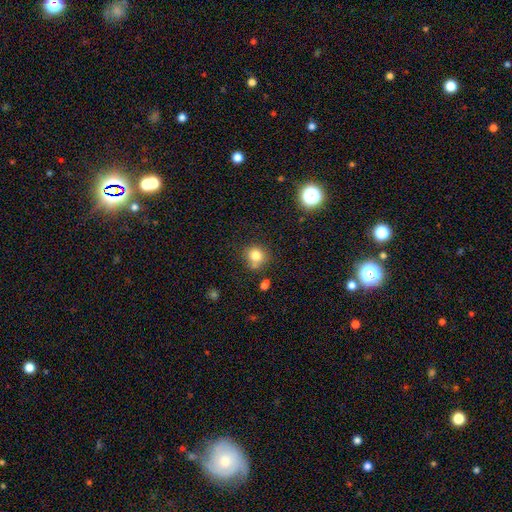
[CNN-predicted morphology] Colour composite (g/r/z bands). It shows a smooth galaxy with no disk features (79%) that is round (87%). Merging: none (69%).